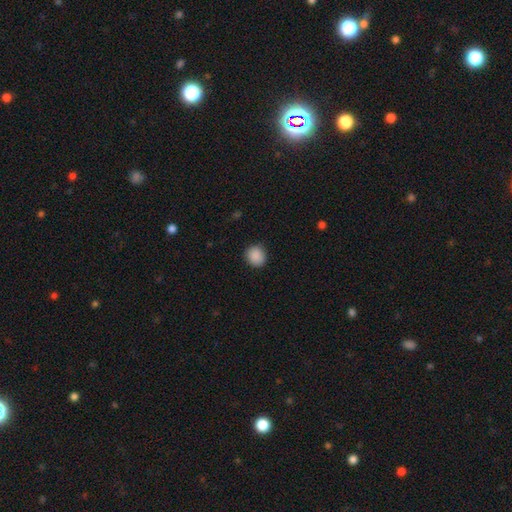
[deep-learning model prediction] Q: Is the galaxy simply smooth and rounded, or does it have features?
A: smooth — 89%.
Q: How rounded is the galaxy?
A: round — 83%.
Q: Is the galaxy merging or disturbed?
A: none — 85%.